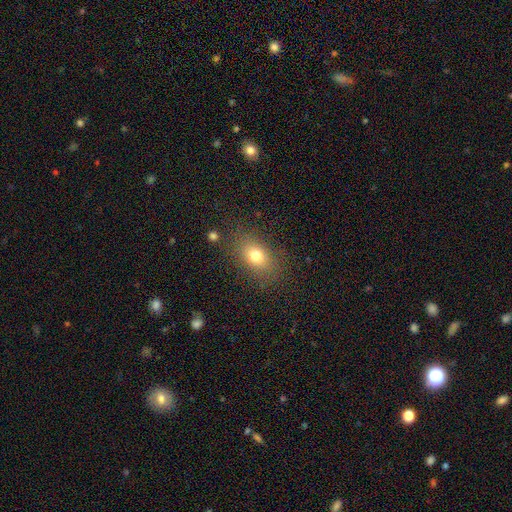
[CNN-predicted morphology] Smooth or featured? smooth (74%)
How rounded? in between (72%)
Merging? none (81%)